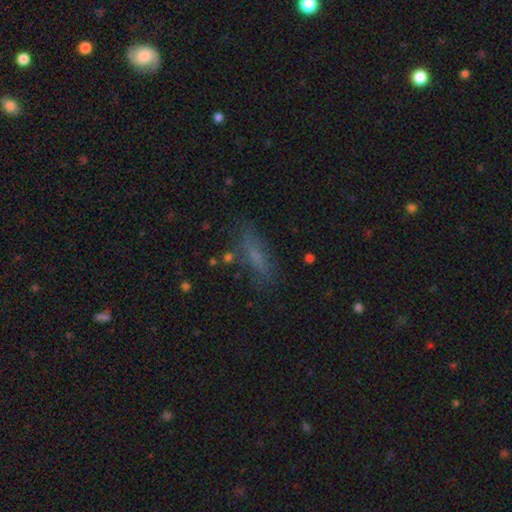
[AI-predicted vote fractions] The model was most divided on "how rounded": cigar-shaped: 62%, in between: 35%, round: 4%. More confident: merging — none (74%); smooth or featured — smooth (58%).